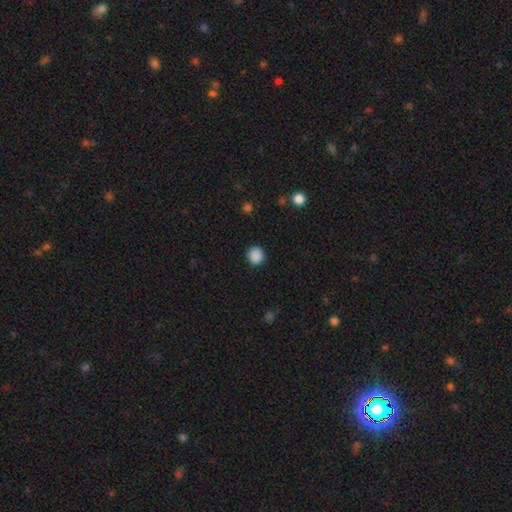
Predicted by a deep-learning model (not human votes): smooth 88%, star or artifact 10%, featured or disk 2%. Down the decision tree: how rounded — round (91%); merging — none (91%).